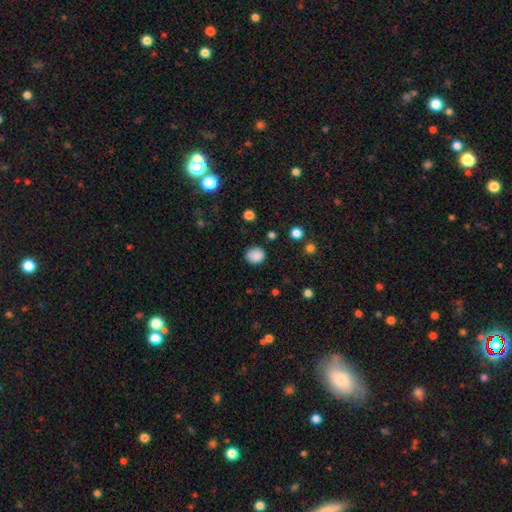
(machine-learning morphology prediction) This is clearly a smooth galaxy (86%). How rounded: likely round (78%). Merging: clearly none (84%).